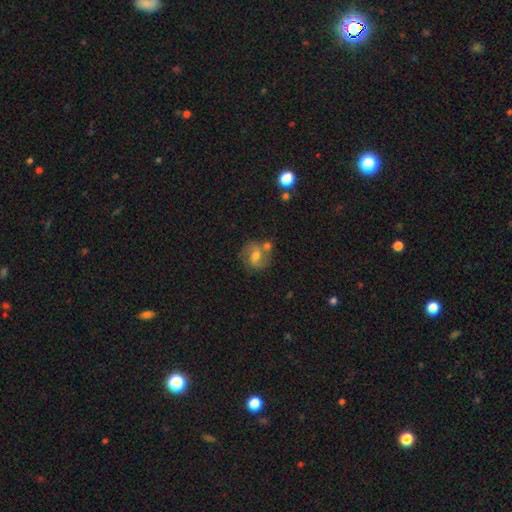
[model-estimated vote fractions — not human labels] Smooth or featured?
  - featured or disk: 49% *
  - smooth: 41%
  - star or artifact: 10%
Merging?
  - none: 52% *
  - merger: 24%
  - minor disturbance: 17%
  - major disturbance: 7%